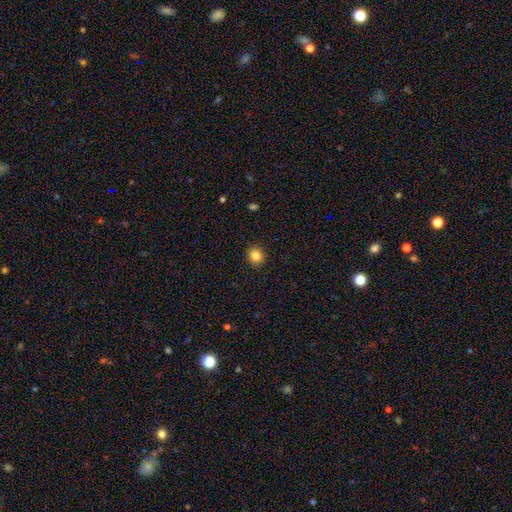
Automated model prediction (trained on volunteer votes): Smooth or featured: smooth — 84% (star or artifact — 11%)
How rounded: round — 81% (in between — 18%)
Merging: none — 91% (minor disturbance — 6%)